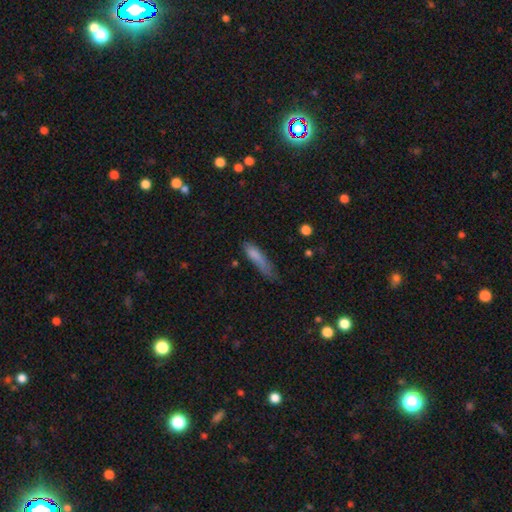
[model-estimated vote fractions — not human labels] Morphology: type=smooth (77%); roundness=cigar-shaped (74%); merging=none (41%).